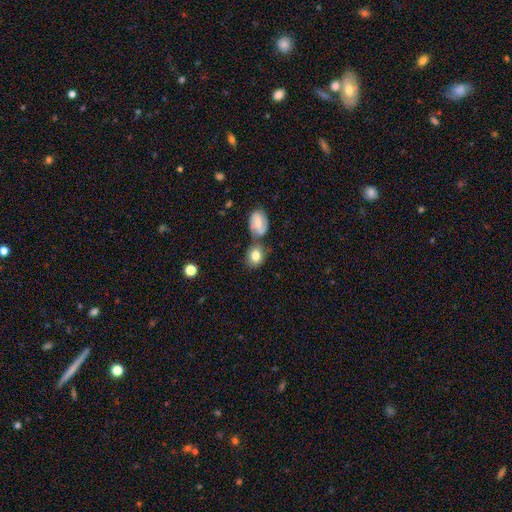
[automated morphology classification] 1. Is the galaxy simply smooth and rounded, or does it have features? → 80% smooth, 12% featured or disk, 8% star or artifact.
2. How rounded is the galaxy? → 50% in between, 48% round, 1% cigar-shaped.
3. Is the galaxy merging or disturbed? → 57% none, 24% merger, 15% minor disturbance, 5% major disturbance.